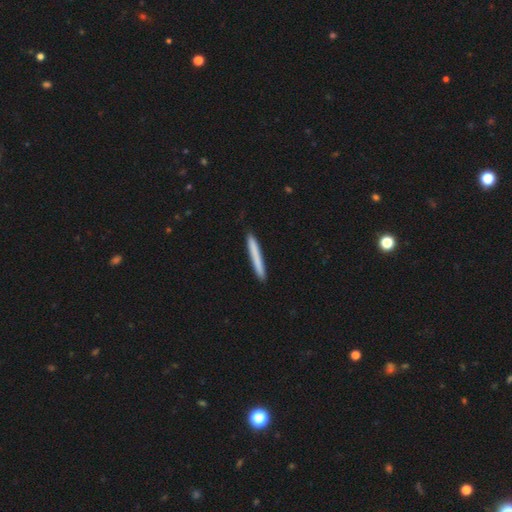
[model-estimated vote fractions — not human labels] smooth_or_featured: smooth (p=0.75) [alt: featured or disk p=0.19]
how_rounded: cigar-shaped (p=0.97) [alt: in between p=0.02]
merging: none (p=0.91) [alt: minor disturbance p=0.06]